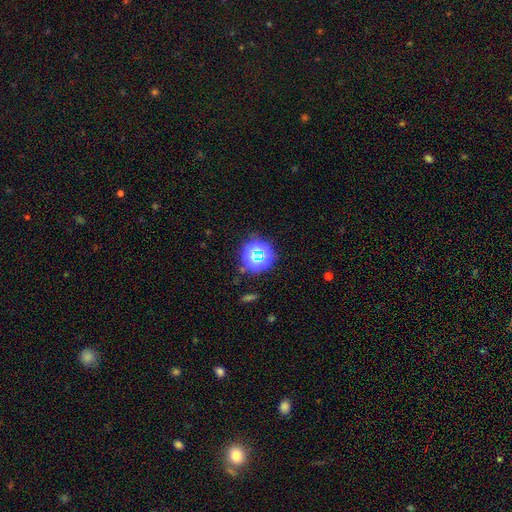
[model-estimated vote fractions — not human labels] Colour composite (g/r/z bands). It shows a star or artifact, not a galaxy (60%).